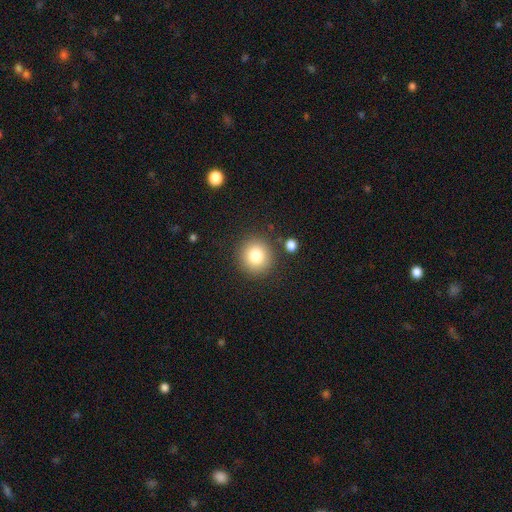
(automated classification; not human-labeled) Q: Smooth or featured?
A: smooth (81%); runner-up: star or artifact (11%)
Q: How rounded?
A: round (92%); runner-up: in between (7%)
Q: Merging?
A: none (87%); runner-up: minor disturbance (7%)